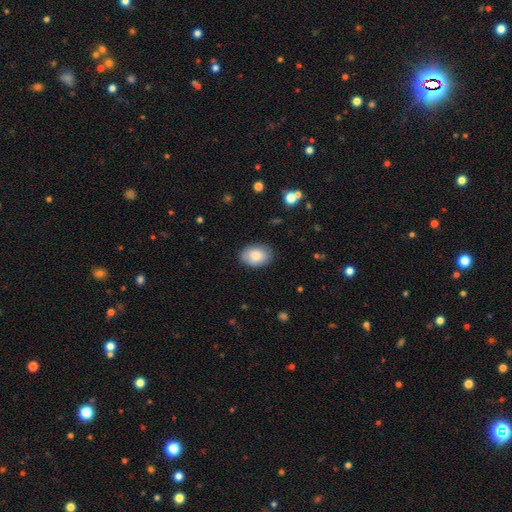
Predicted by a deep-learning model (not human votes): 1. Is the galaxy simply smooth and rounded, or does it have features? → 84% smooth, 9% featured or disk, 7% star or artifact.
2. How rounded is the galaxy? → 82% in between, 17% round, 1% cigar-shaped.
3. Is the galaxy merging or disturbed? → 85% none, 11% minor disturbance, 3% major disturbance, 1% merger.